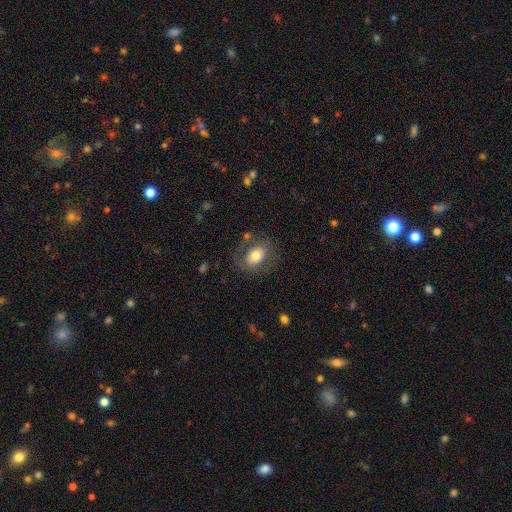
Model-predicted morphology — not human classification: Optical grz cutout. It shows a smooth galaxy with no disk features (68%) that is in between round and cigar-shaped (72%). Merging: none (72%).